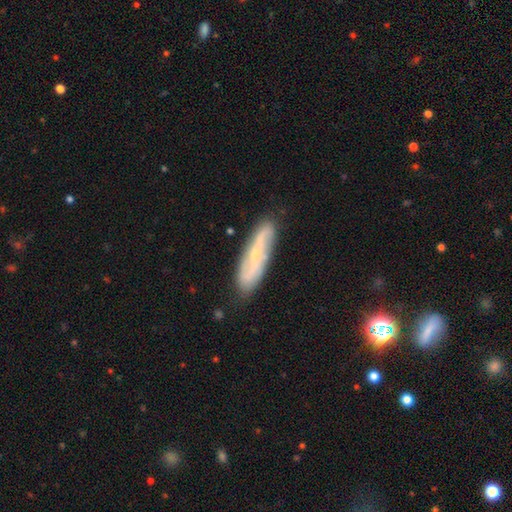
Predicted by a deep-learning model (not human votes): This is likely a featured or disk galaxy (69%). It is likely not viewed edge-on (77%). Bar: marginally weak (41%). Spiral arm pattern: clearly yes (89%). Central bulge: likely small (66%). Merging: clearly none (83%).